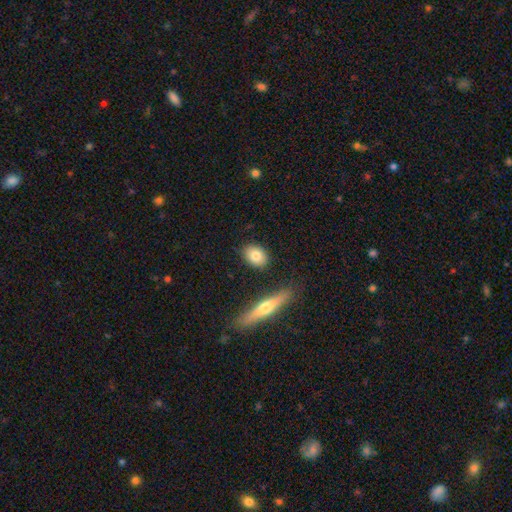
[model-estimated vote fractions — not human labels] Overall: smooth (81%). How rounded: in between (73%). Merging: none (84%).